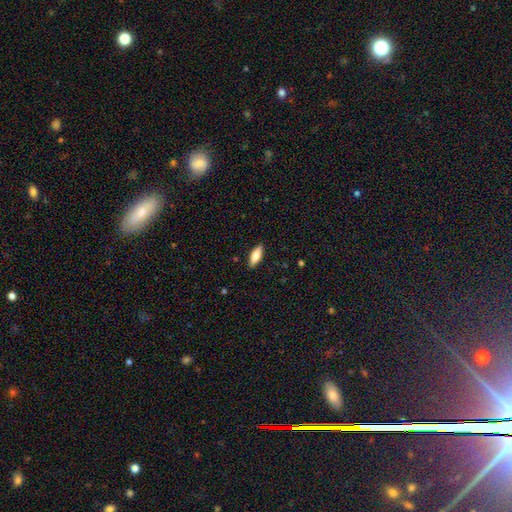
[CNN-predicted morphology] Smooth or featured: smooth — 70% (featured or disk — 23%)
How rounded: in between — 67% (cigar-shaped — 30%)
Merging: none — 88% (minor disturbance — 9%)